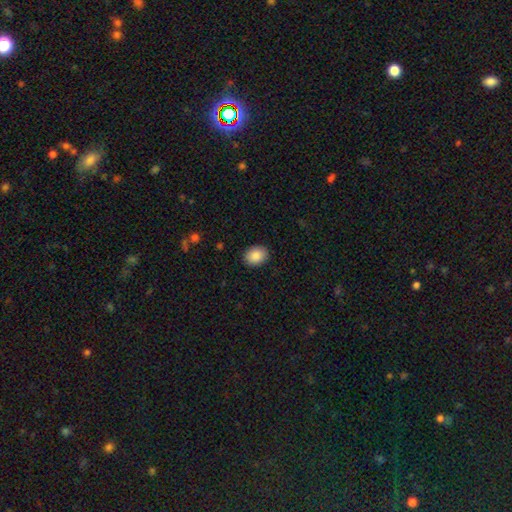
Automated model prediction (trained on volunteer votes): This is clearly a smooth galaxy (88%). How rounded: possibly in between (56%). Merging: clearly none (90%).